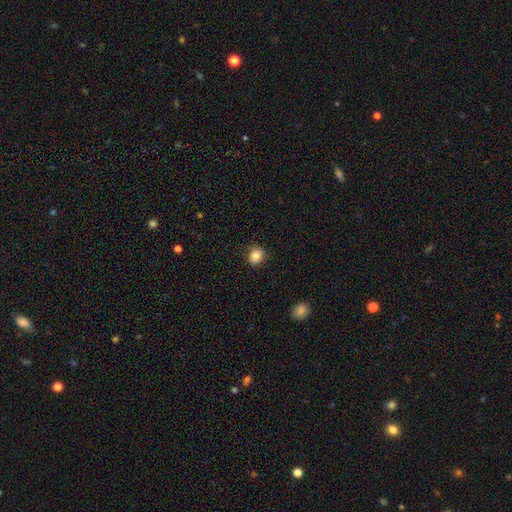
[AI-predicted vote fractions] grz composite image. It shows a smooth galaxy with no disk features (83%) that is round (72%). Merging: none (88%).